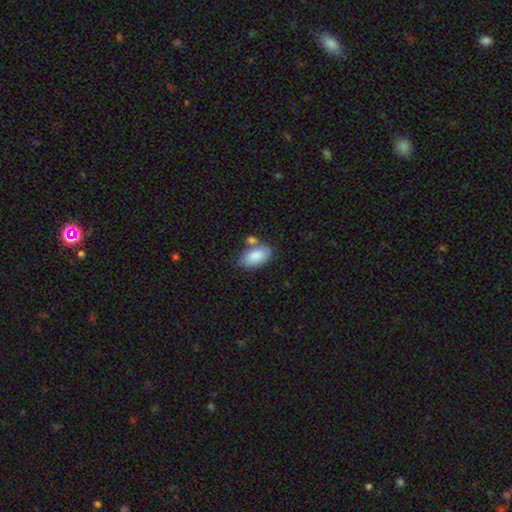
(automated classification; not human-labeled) Smooth or featured? Predicted: smooth (p=0.87). How rounded? Predicted: in between (p=0.94). Merging? Predicted: none (p=0.57).